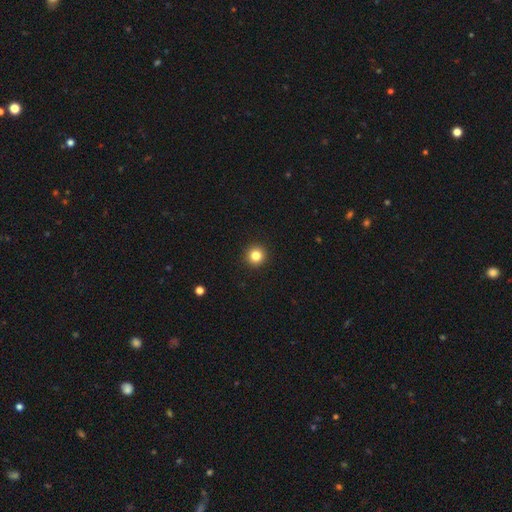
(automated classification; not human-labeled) smooth 83%, star or artifact 12%, featured or disk 5%. Down the decision tree: how rounded — round (95%); merging — none (93%).